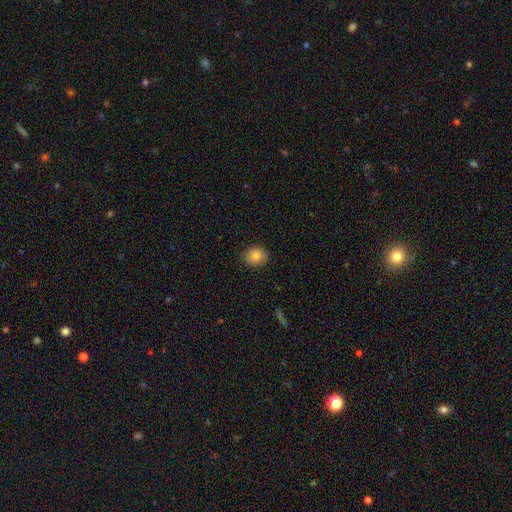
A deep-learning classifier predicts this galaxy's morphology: A smooth galaxy with no disk features (81%) that is round (65%). Merging: none (86%).